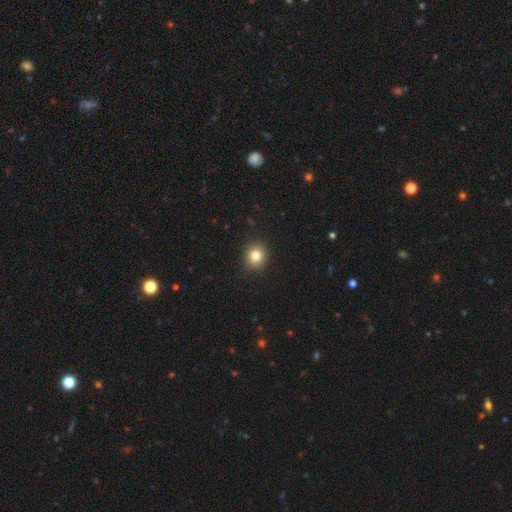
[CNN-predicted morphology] Smooth or featured?
  - smooth: 81% *
  - star or artifact: 11%
  - featured or disk: 7%
How rounded?
  - round: 81% *
  - in between: 18%
  - cigar-shaped: 1%
Merging?
  - none: 91% *
  - minor disturbance: 6%
  - major disturbance: 2%
  - merger: 1%